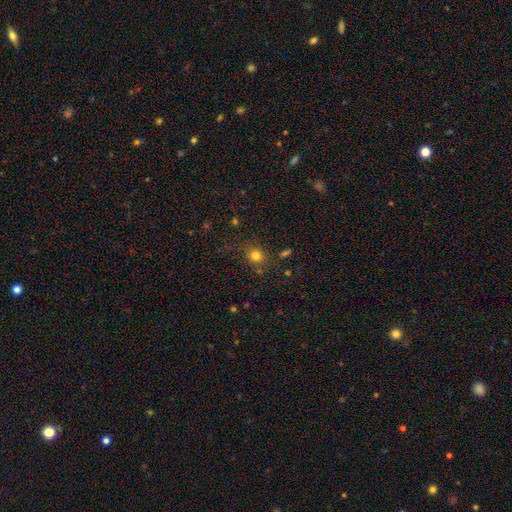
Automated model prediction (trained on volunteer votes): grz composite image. It shows a smooth galaxy with no disk features (79%) that is round (81%). Merging: none (76%).